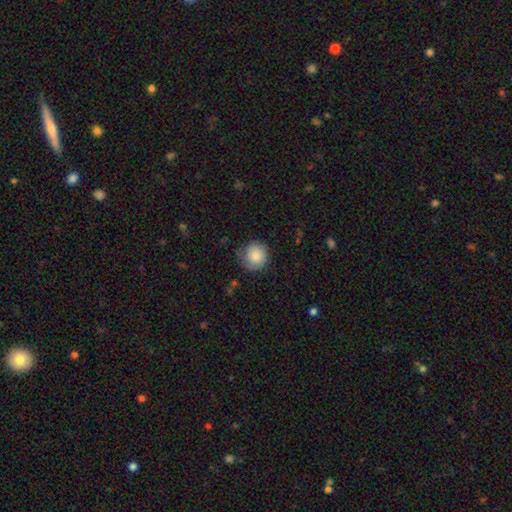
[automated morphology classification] smooth_or_featured: smooth (p=0.82) [alt: featured or disk p=0.11]
how_rounded: round (p=0.92) [alt: in between p=0.07]
merging: none (p=0.74) [alt: minor disturbance p=0.19]